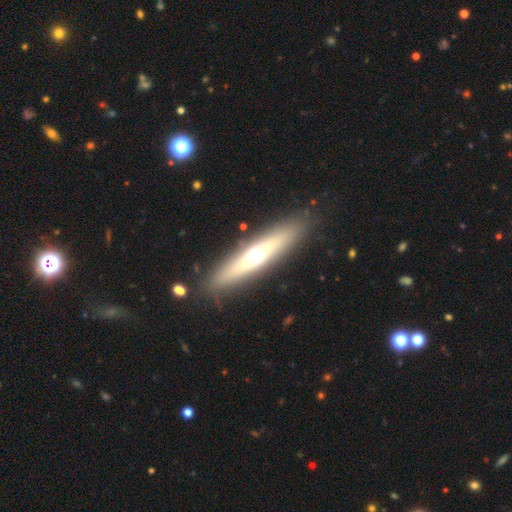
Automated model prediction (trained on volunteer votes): Overall: featured or disk (49%; smooth 45%). Merging: none (87%).